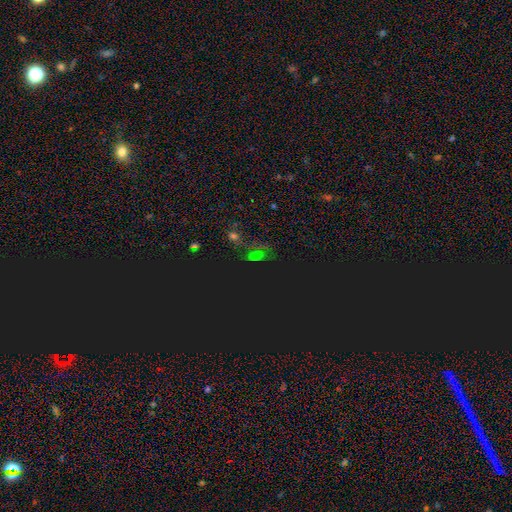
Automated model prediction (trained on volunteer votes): The model was most divided on "smooth or featured": star or artifact: 67%, smooth: 23%, featured or disk: 10%.